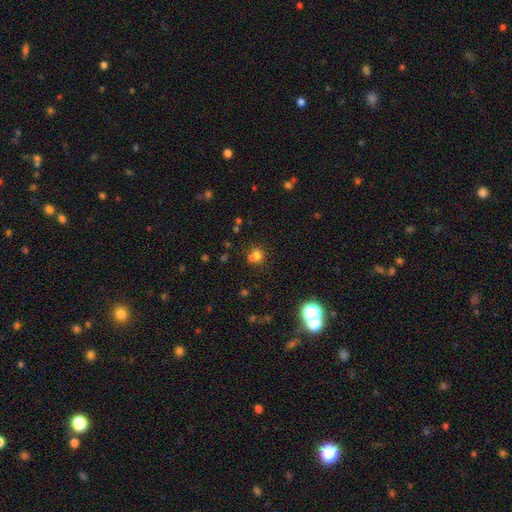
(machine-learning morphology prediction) The model was most divided on "merging": merger: 45%, none: 43%, minor disturbance: 8%, major disturbance: 4%. More confident: how rounded — round (82%); smooth or featured — smooth (67%).